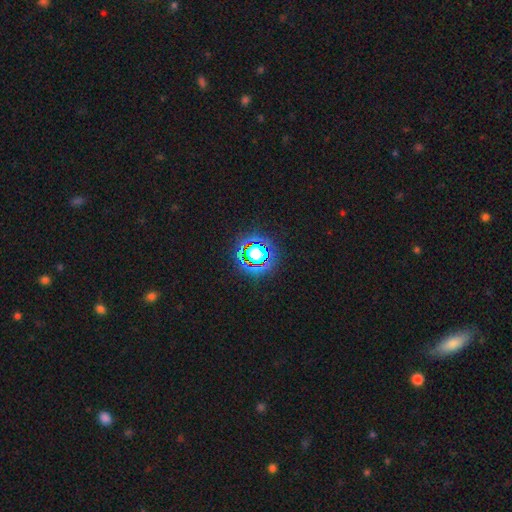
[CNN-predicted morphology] Smooth or featured? Predicted: star or artifact (p=0.79).